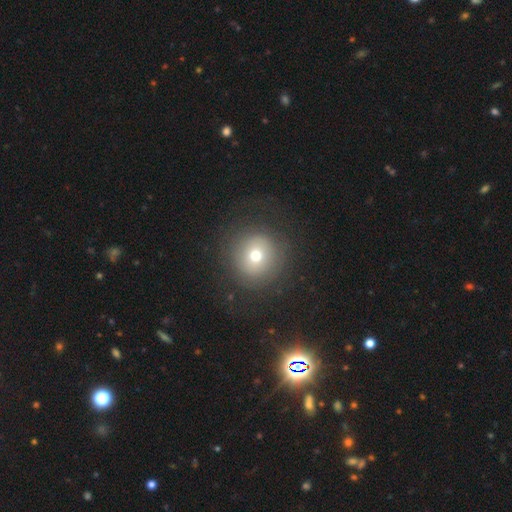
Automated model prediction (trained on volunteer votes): Q: Smooth or featured?
A: smooth (68%); runner-up: featured or disk (17%)
Q: How rounded?
A: round (94%); runner-up: in between (5%)
Q: Merging?
A: none (83%); runner-up: minor disturbance (9%)